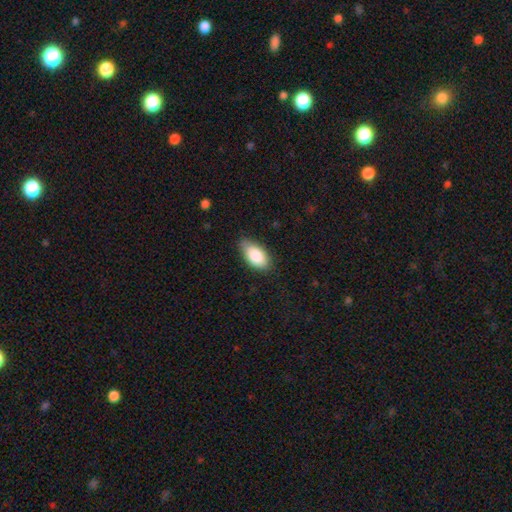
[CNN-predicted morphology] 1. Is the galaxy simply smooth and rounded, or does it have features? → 85% smooth, 8% featured or disk, 6% star or artifact.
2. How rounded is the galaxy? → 94% in between, 3% cigar-shaped, 3% round.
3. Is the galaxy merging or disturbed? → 77% none, 19% minor disturbance, 3% major disturbance, 1% merger.